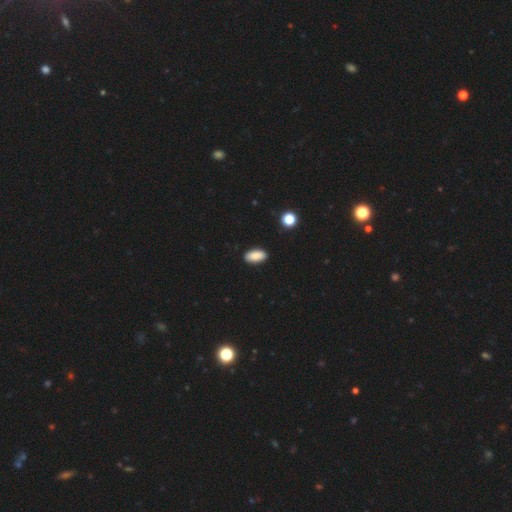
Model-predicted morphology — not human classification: Smooth or featured? Predicted: smooth (p=0.88). How rounded? Predicted: in between (p=0.91). Merging? Predicted: none (p=0.89).